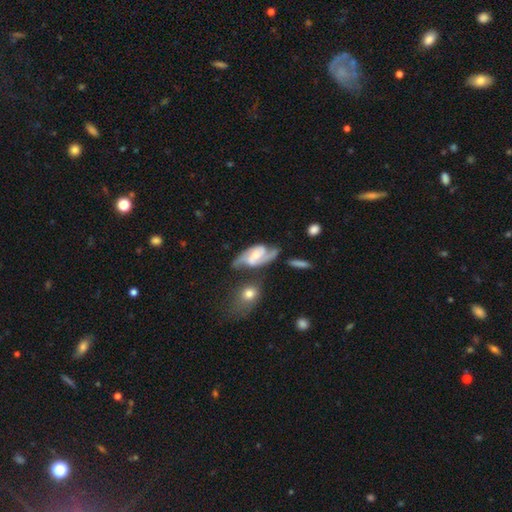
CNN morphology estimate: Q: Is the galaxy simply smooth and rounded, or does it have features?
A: featured or disk — 84%.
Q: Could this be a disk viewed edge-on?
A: no — 96%.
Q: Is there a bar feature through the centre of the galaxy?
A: weak — 44%.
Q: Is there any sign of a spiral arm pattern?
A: yes — 95%.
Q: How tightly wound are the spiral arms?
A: medium — 49%.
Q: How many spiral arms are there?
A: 2 — 89%.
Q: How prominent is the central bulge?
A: moderate — 43%.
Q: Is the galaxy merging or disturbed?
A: none — 55%.